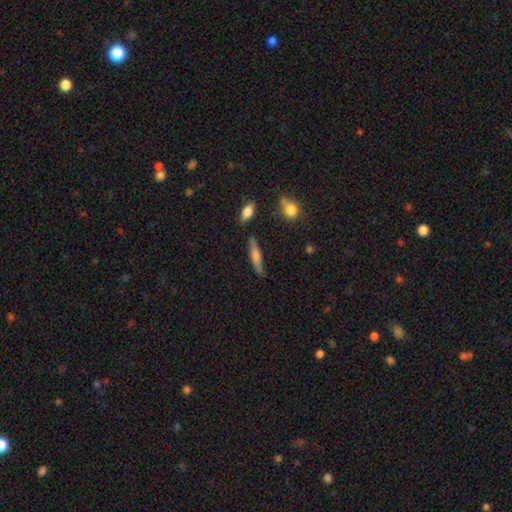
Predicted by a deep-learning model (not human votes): Smooth or featured? Predicted: smooth (p=0.58). How rounded? Predicted: cigar-shaped (p=0.81). Merging? Predicted: none (p=0.81).